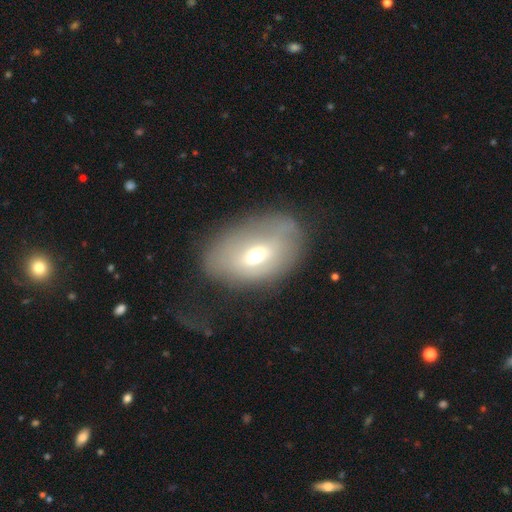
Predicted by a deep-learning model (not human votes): Morphology: type=smooth (49%); merging=none (51%).